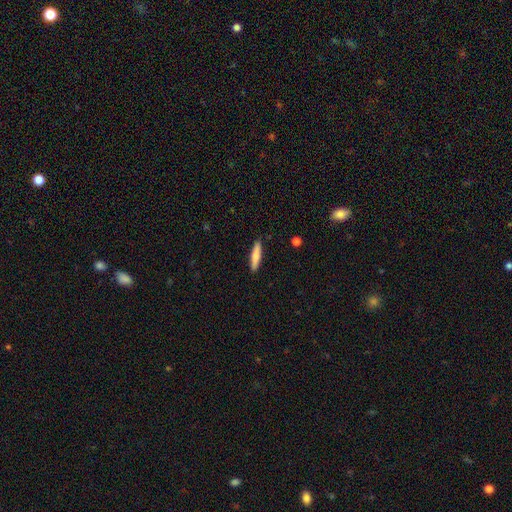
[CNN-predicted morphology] smooth 76%, featured or disk 18%, star or artifact 6%. Down the decision tree: how rounded — cigar-shaped (85%); merging — none (90%).